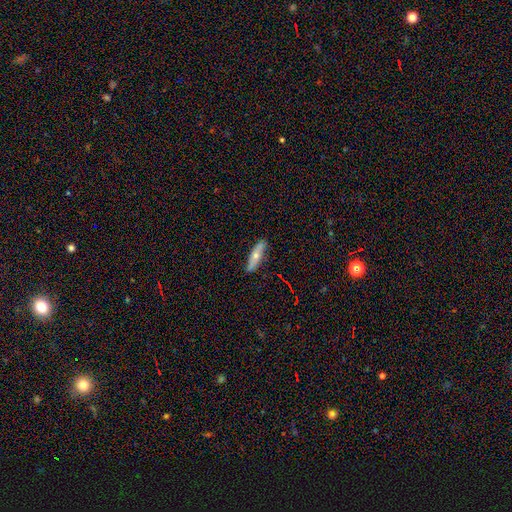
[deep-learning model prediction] Overall: smooth (49%; featured or disk 43%). Merging: none (85%).